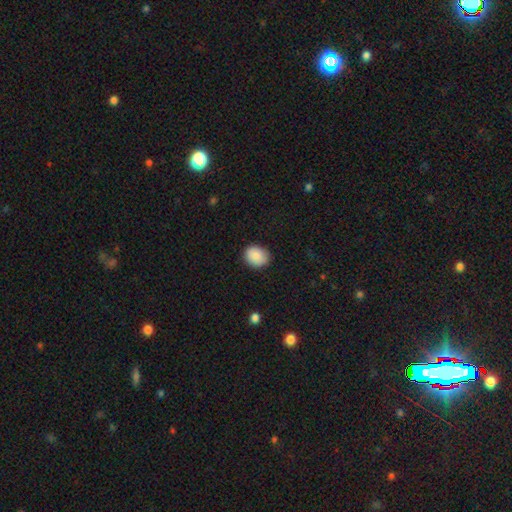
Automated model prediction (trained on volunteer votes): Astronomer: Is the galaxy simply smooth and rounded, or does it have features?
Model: smooth — 88%.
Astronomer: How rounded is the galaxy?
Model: round — 55% (runner-up: in between, 44%).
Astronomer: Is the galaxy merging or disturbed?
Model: none — 85%.